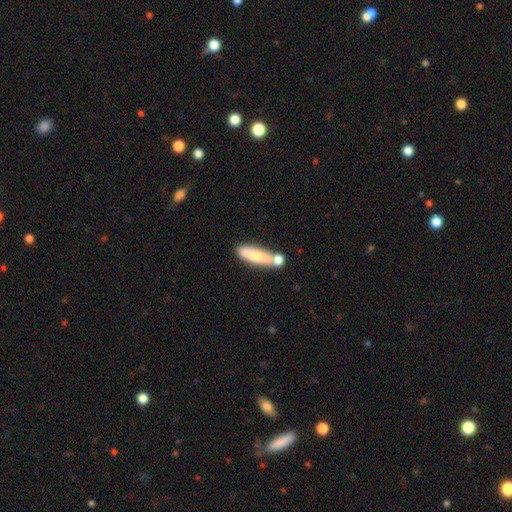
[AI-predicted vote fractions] Smooth or featured? smooth (74%)
How rounded? cigar-shaped (58%)
Merging? none (48%)